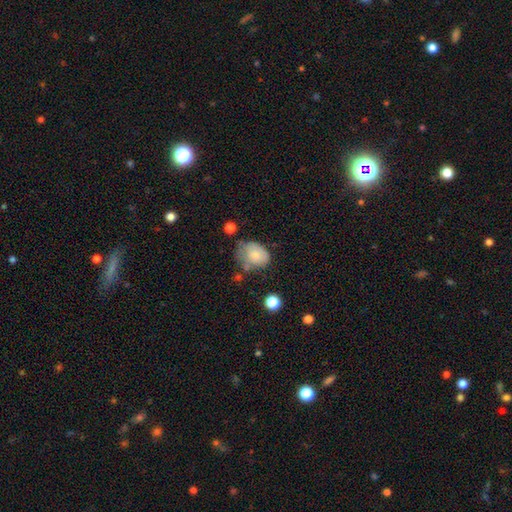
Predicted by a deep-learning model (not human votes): smooth_or_featured: smooth (p=0.74) [alt: featured or disk p=0.18]
how_rounded: in between (p=0.59) [alt: round p=0.40]
merging: none (p=0.40) [alt: minor disturbance p=0.35]